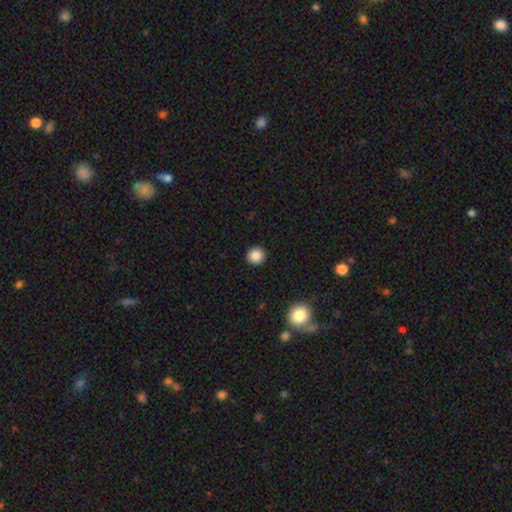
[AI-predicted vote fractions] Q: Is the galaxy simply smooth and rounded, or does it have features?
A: smooth — 86%.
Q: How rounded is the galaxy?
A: round — 91%.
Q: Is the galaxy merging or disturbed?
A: none — 93%.